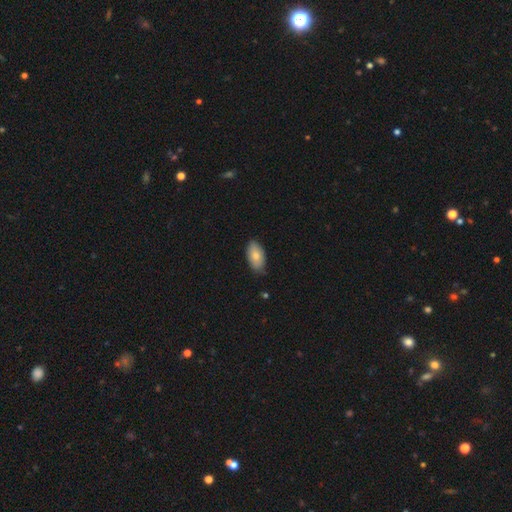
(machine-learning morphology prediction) A smooth galaxy with no disk features (81%) that is in between round and cigar-shaped (95%). Merging: none (80%).